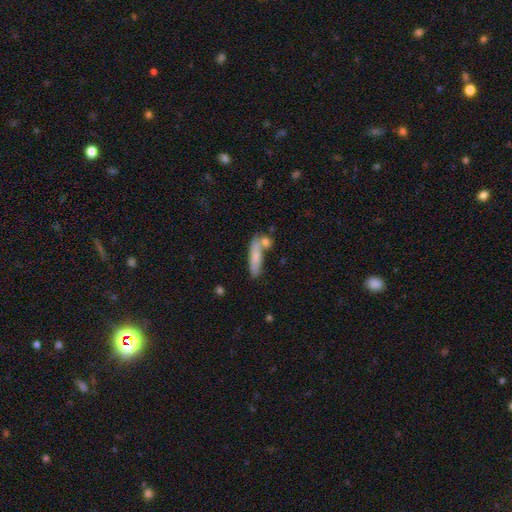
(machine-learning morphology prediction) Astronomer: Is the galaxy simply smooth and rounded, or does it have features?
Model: smooth — 74%.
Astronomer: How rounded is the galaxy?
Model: cigar-shaped — 75%.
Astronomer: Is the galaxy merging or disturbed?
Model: none — 61%.